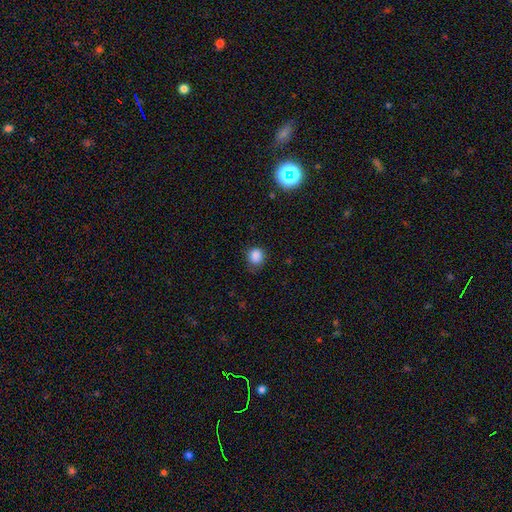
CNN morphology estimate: Overall: smooth (86%). How rounded: round (84%). Merging: none (74%).